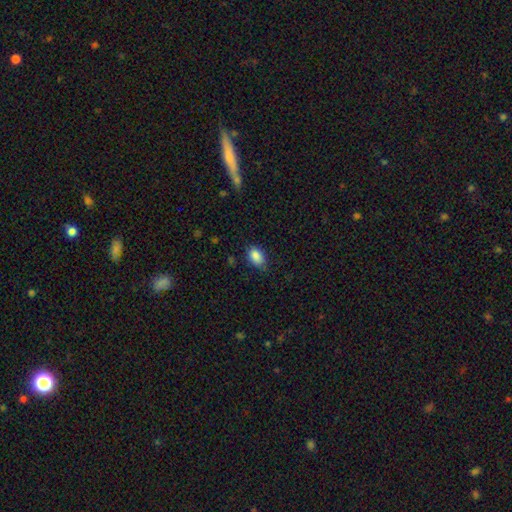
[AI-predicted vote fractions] The model was most divided on "merging": none: 76%, minor disturbance: 19%, major disturbance: 4%, merger: 1%. More confident: smooth or featured — smooth (87%); how rounded — in between (84%).